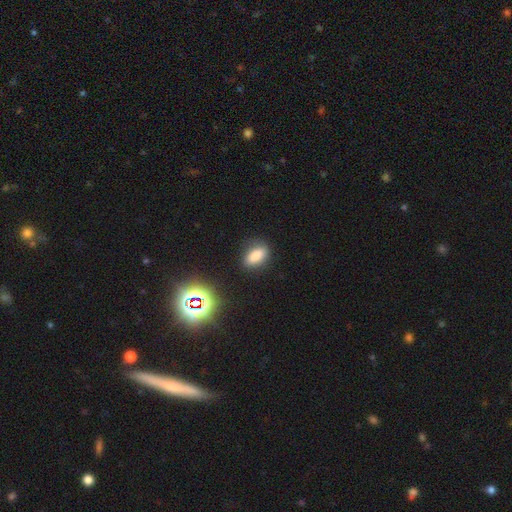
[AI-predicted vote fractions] Smooth or featured? smooth (79%)
How rounded? in between (85%)
Merging? none (80%)